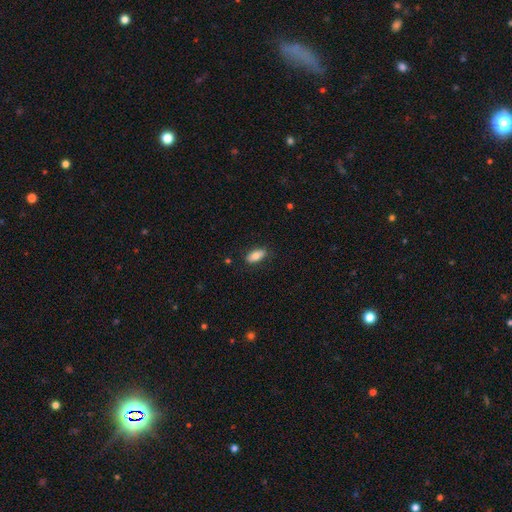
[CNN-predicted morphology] Smooth or featured? smooth (80%)
How rounded? in between (89%)
Merging? none (83%)